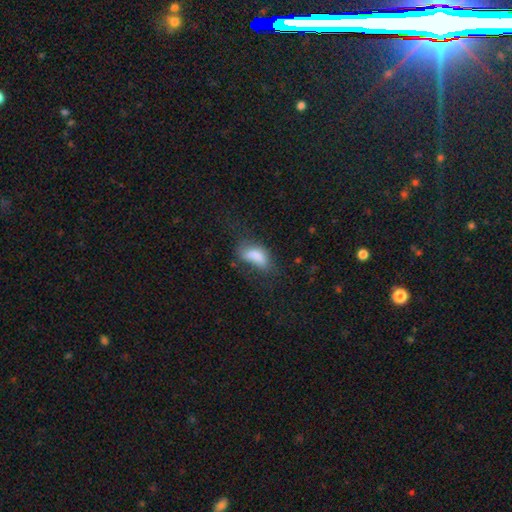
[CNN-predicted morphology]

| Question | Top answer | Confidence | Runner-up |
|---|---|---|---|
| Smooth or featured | smooth | 75% | featured or disk (15%) |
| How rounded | in between | 88% | cigar-shaped (8%) |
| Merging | none | 33% | major disturbance (32%) |